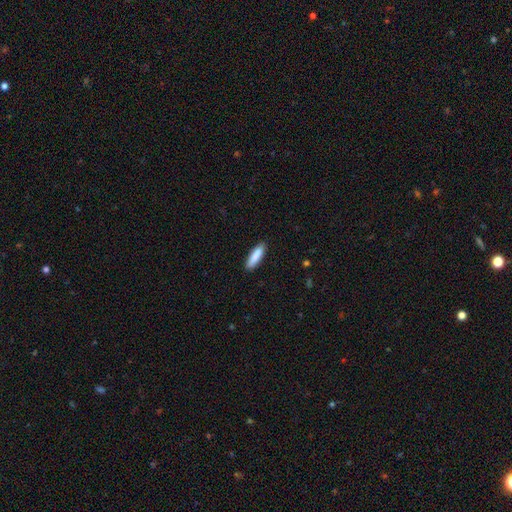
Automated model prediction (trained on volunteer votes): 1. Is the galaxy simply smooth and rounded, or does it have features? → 86% smooth, 8% featured or disk, 6% star or artifact.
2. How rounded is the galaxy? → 70% cigar-shaped, 29% in between, 1% round.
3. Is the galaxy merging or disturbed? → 88% none, 9% minor disturbance, 2% major disturbance, 1% merger.